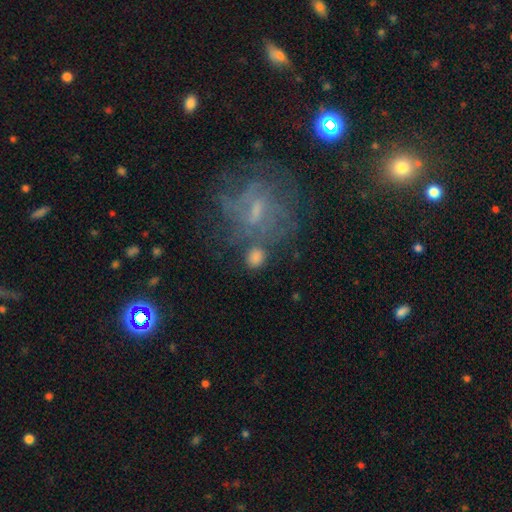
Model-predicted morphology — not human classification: A featured or disk galaxy (44%). Merging: none (57%).